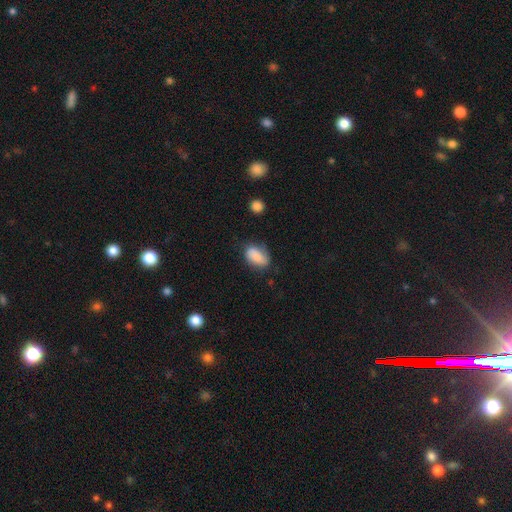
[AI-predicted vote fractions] smooth 80%, featured or disk 12%, star or artifact 8%. Down the decision tree: how rounded — in between (89%); merging — none (59%).